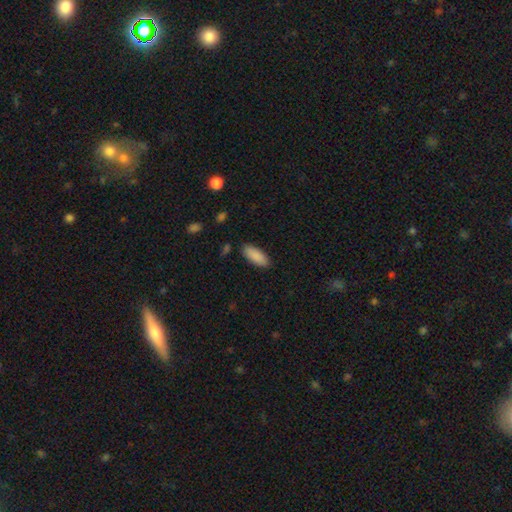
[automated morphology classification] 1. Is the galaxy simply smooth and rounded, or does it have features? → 90% smooth, 6% star or artifact, 4% featured or disk.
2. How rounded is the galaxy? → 82% in between, 17% cigar-shaped, 2% round.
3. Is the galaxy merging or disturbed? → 87% none, 10% minor disturbance, 2% major disturbance, 2% merger.